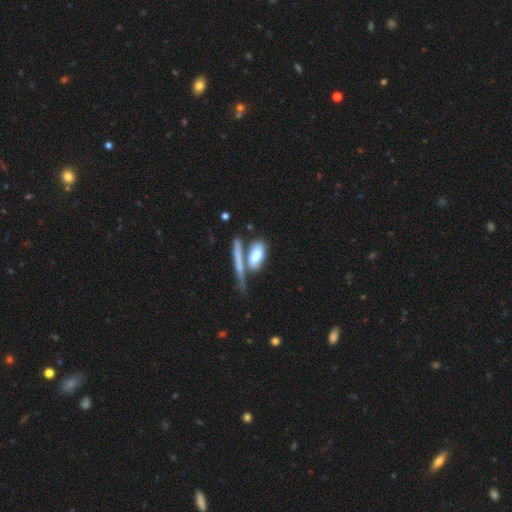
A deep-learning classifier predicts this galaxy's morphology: Smooth or featured? smooth (67%)
How rounded? in between (68%)
Merging? none (40%)